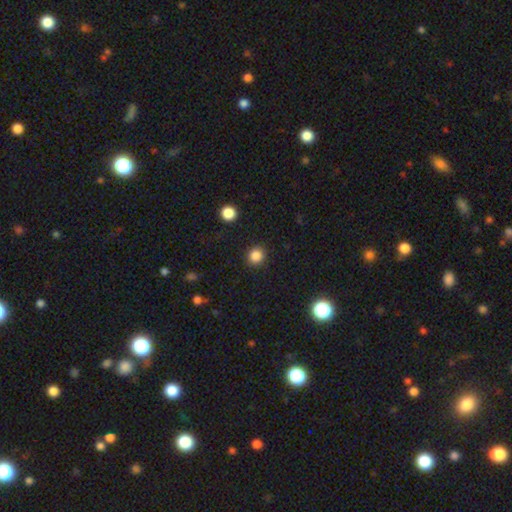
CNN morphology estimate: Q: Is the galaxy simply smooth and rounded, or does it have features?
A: smooth — 85%.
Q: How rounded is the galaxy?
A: round — 89%.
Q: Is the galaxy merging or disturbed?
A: none — 91%.